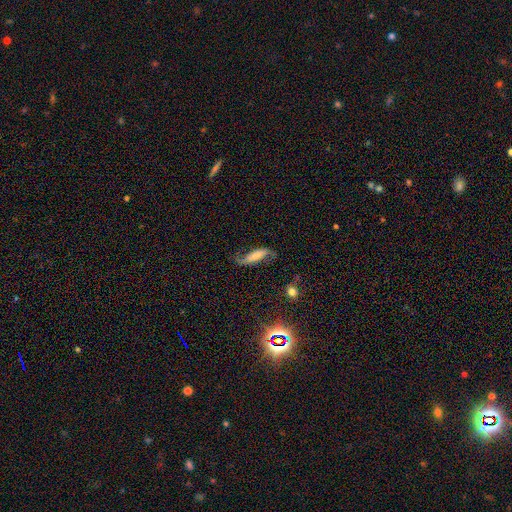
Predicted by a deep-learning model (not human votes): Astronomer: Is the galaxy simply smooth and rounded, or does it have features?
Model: featured or disk — 67%.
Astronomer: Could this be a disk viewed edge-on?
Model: no — 86%.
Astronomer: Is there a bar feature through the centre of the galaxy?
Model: no — 38% (runner-up: strong, 33%).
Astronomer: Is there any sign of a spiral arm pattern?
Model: yes — 91%.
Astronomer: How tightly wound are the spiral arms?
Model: loose — 68%.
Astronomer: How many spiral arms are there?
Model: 2 — 88%.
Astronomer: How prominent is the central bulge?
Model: small — 45% (runner-up: moderate, 33%).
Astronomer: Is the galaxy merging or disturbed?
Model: none — 65%.